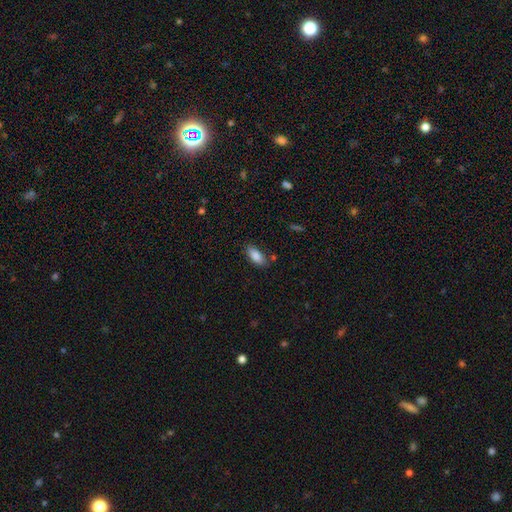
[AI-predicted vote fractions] Q: Smooth or featured?
A: smooth (86%); runner-up: star or artifact (7%)
Q: How rounded?
A: in between (88%); runner-up: cigar-shaped (10%)
Q: Merging?
A: none (78%); runner-up: minor disturbance (15%)